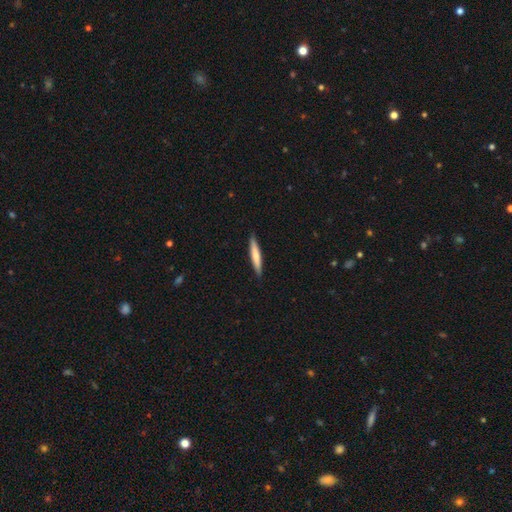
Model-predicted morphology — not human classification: The model was most divided on "smooth or featured": smooth: 66%, featured or disk: 28%, star or artifact: 5%. More confident: how rounded — cigar-shaped (93%); merging — none (90%).